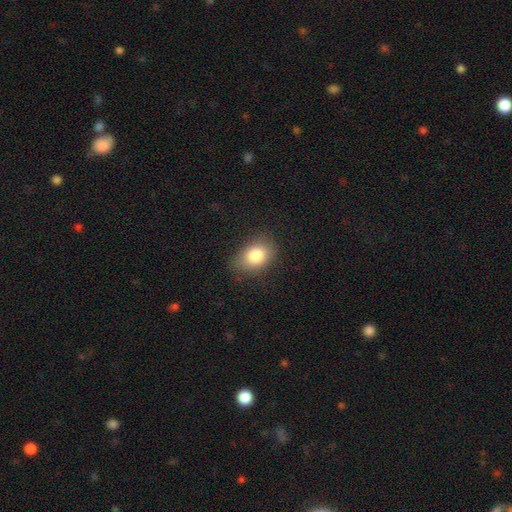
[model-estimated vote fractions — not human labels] Smooth or featured? smooth (83%)
How rounded? in between (75%)
Merging? none (79%)